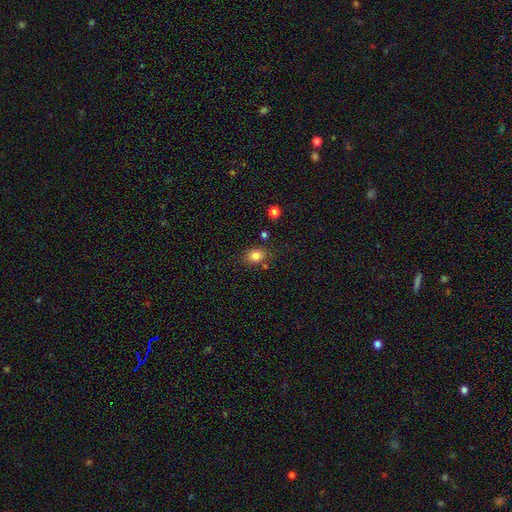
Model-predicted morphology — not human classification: type=smooth (81%); roundness=in between (58%); merging=none (77%).